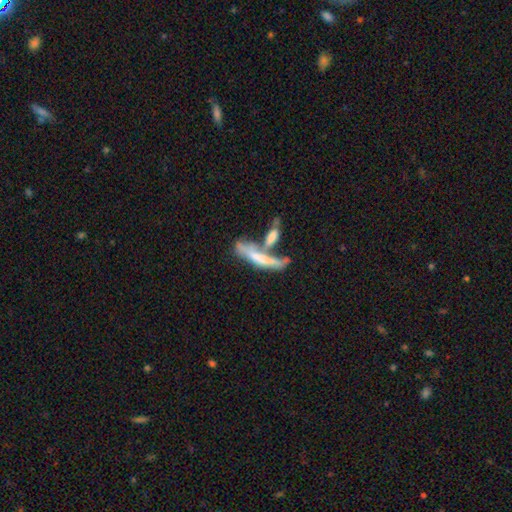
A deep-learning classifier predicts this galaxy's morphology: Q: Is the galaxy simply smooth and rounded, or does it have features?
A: featured or disk — 47%.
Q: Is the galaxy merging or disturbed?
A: merger — 45%.